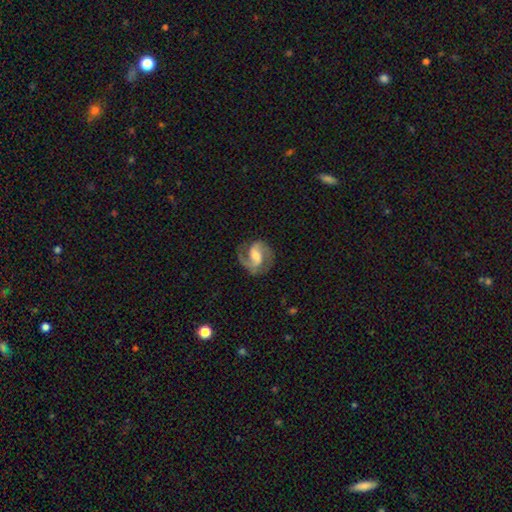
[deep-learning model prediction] Smooth or featured? featured or disk (87%)
Edge-on disk? no (98%)
Bar? weak (50%)
Spiral arms? yes (97%)
Spiral winding? medium (57%)
Spiral arm count? 2 (90%)
Bulge size? moderate (52%)
Merging? none (77%)